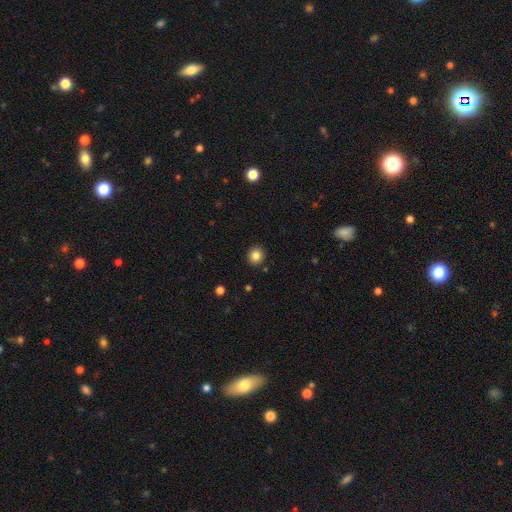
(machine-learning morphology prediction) Smooth or featured? Predicted: smooth (p=0.84). How rounded? Predicted: round (p=0.92). Merging? Predicted: none (p=0.92).